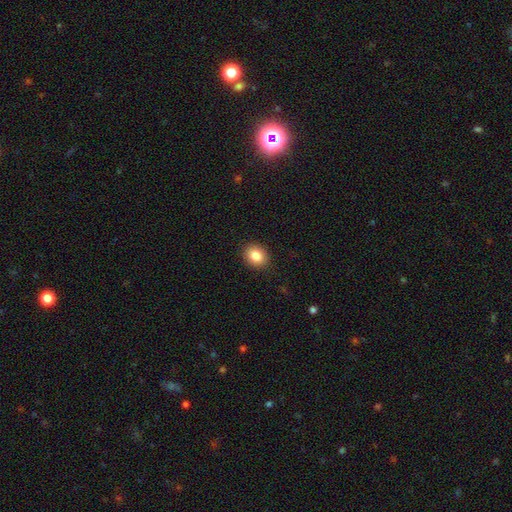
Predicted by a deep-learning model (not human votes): smooth 84%, star or artifact 9%, featured or disk 7%. Down the decision tree: how rounded — round (59%); merging — none (90%).